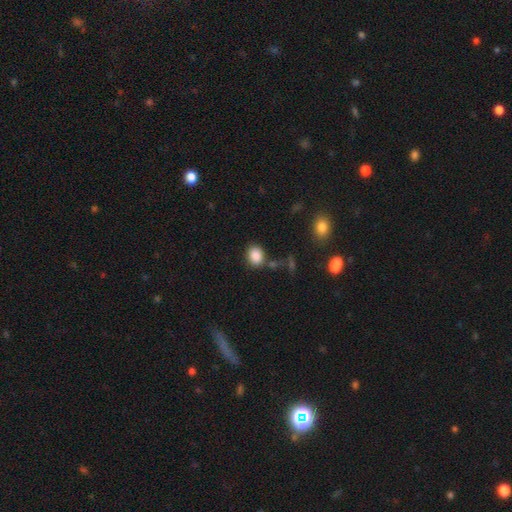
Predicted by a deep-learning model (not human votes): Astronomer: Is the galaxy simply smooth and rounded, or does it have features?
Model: smooth — 86%.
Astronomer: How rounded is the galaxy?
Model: round — 51% (runner-up: in between, 48%).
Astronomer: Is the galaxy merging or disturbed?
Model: none — 74%.